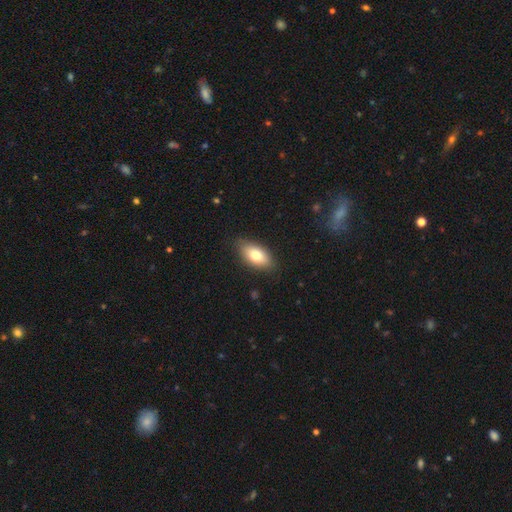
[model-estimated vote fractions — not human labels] A smooth galaxy with no disk features (76%) that is in between round and cigar-shaped (89%). Merging: none (84%).